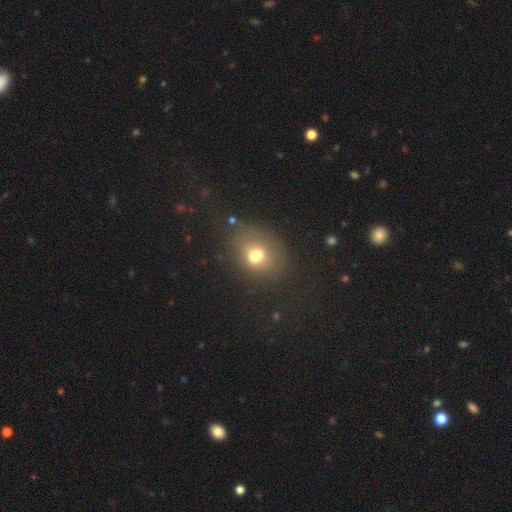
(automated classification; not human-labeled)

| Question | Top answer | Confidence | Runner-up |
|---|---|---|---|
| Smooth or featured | smooth | 67% | featured or disk (17%) |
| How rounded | in between | 54% | round (44%) |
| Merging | none | 52% | minor disturbance (20%) |